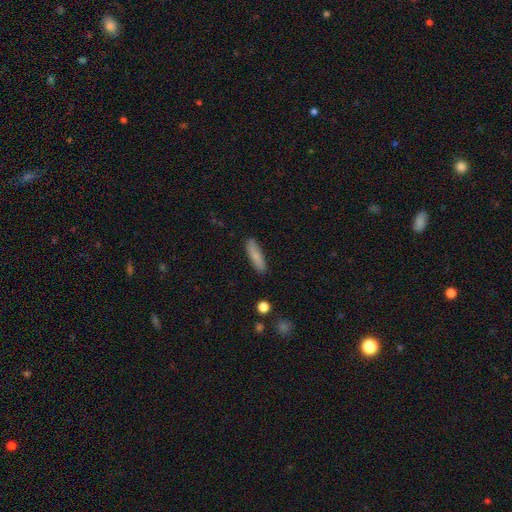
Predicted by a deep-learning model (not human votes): Smooth or featured? Predicted: smooth (p=0.81). How rounded? Predicted: cigar-shaped (p=0.70). Merging? Predicted: none (p=0.86).